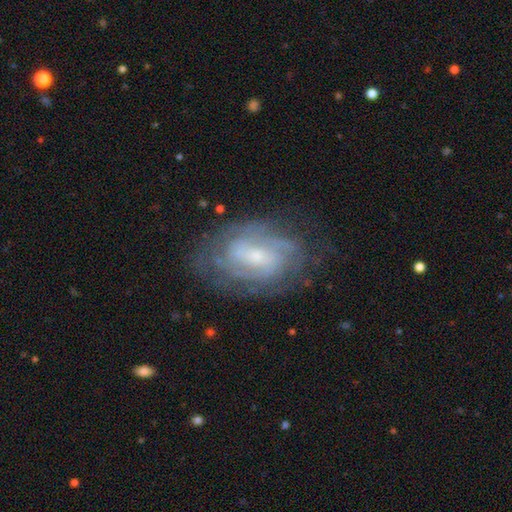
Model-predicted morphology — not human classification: smooth_or_featured: featured or disk (p=0.78) [alt: smooth p=0.15]
disk_edge_on: no (p=0.96) [alt: yes p=0.04]
bar: weak (p=0.44) [alt: no p=0.43]
has_spiral_arms: yes (p=0.86) [alt: no p=0.14]
spiral_winding: tight (p=0.59) [alt: medium p=0.32]
spiral_arm_count: can't tell (p=0.47) [alt: 2 p=0.26]
bulge_size: small (p=0.61) [alt: moderate p=0.31]
merging: none (p=0.70) [alt: minor disturbance p=0.19]